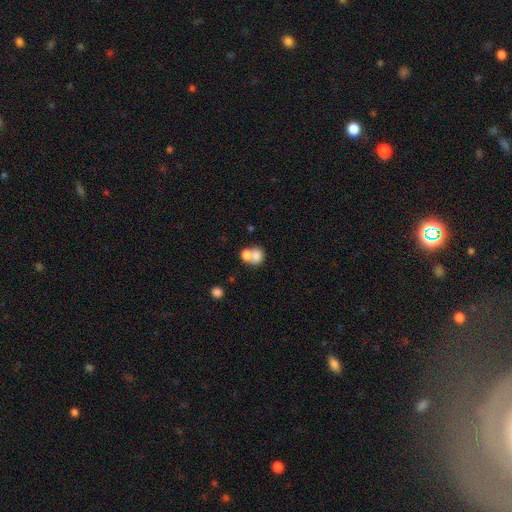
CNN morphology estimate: Q: Smooth or featured?
A: smooth (76%); runner-up: featured or disk (15%)
Q: How rounded?
A: round (59%); runner-up: in between (40%)
Q: Merging?
A: merger (60%); runner-up: none (28%)